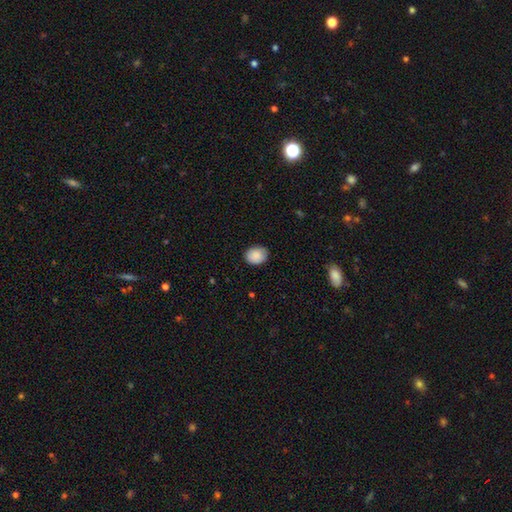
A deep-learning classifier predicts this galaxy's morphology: This appears to be a smooth galaxy with no disk features (88%) that is in between round and cigar-shaped (54%). Merging: none (82%).